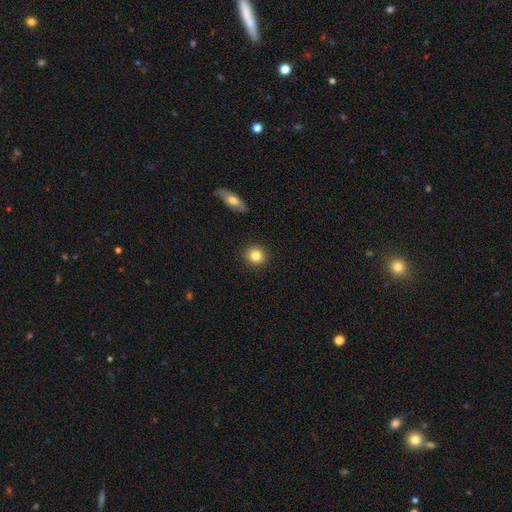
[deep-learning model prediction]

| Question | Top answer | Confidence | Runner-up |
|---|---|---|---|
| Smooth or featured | smooth | 84% | star or artifact (10%) |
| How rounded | round | 90% | in between (9%) |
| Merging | none | 91% | minor disturbance (5%) |